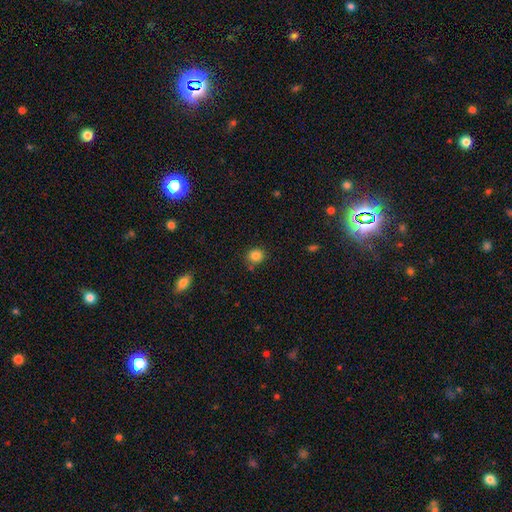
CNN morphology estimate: Smooth or featured? smooth (84%)
How rounded? round (82%)
Merging? none (78%)